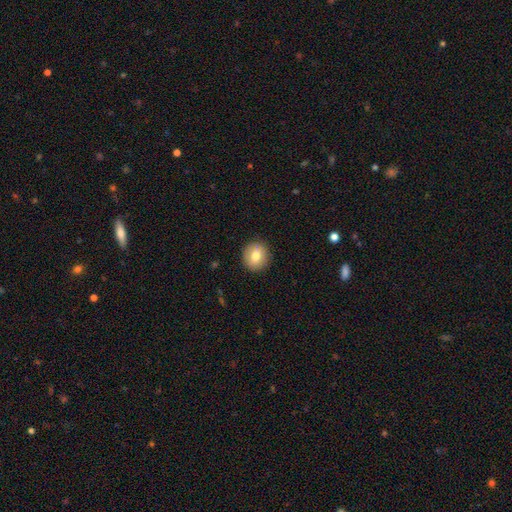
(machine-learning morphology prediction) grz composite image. It shows a smooth galaxy with no disk features (75%) that is round (88%). Merging: none (90%).